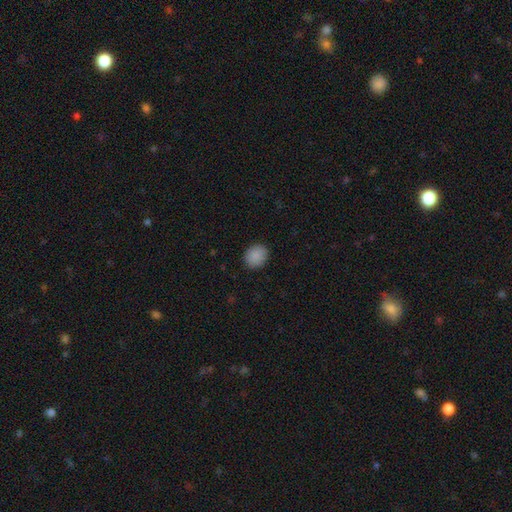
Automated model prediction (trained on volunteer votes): Morphology: type=smooth (89%); roundness=round (69%); merging=none (89%).